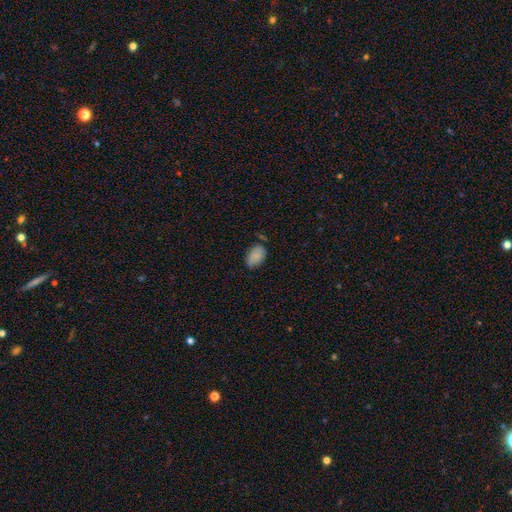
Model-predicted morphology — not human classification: A smooth galaxy with no disk features (81%) that is in between round and cigar-shaped (90%). Merging: none (69%).